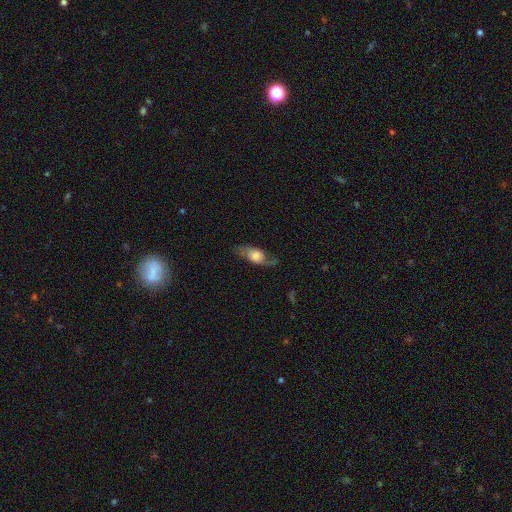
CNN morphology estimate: A featured or disk galaxy (48%).

Vote fractions:
- Smooth or featured? featured or disk: 48% / smooth: 45% / star or artifact: 8%
- Merging? none: 59% / minor disturbance: 24% / major disturbance: 15% / merger: 2%